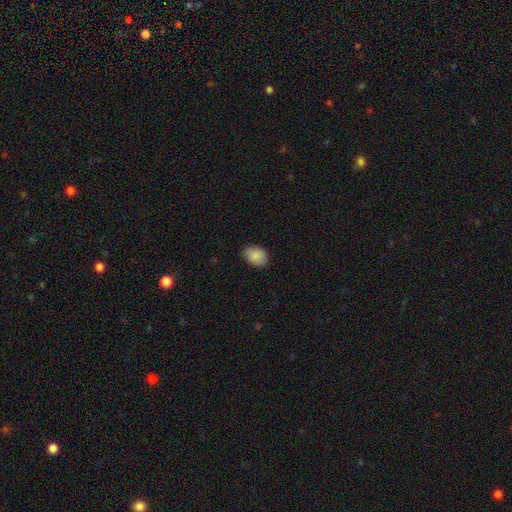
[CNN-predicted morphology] Smooth or featured? smooth (88%)
How rounded? in between (66%)
Merging? none (73%)